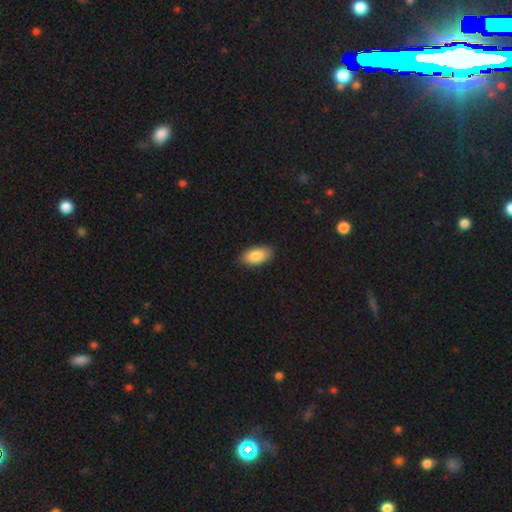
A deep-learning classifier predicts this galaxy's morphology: This appears to be a smooth galaxy with no disk features (87%) that is in between round and cigar-shaped (93%). Merging: none (88%).